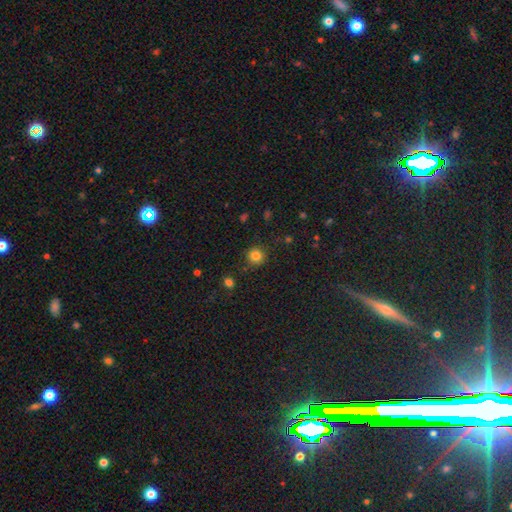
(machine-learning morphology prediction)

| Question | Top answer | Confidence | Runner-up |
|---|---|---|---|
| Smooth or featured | smooth | 82% | star or artifact (13%) |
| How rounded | round | 93% | in between (6%) |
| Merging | none | 88% | minor disturbance (8%) |